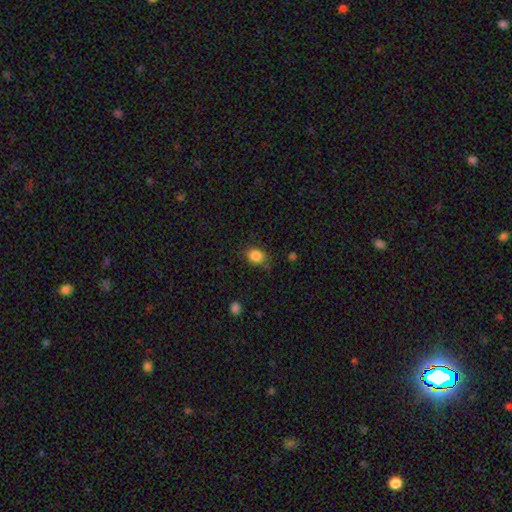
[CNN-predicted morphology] Overall: smooth (85%). How rounded: in between (50%; round 49%). Merging: none (67%).